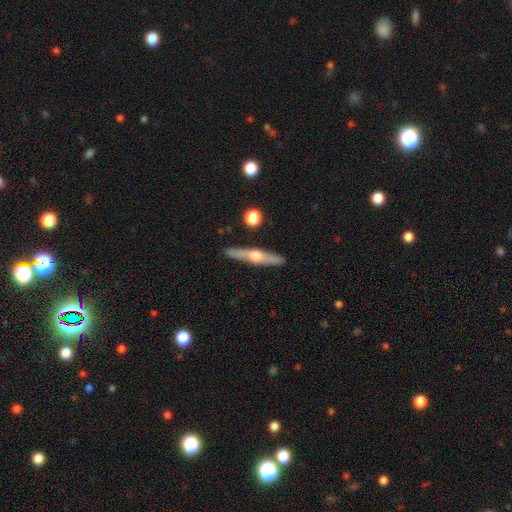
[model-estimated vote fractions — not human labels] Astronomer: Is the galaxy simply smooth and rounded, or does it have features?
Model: featured or disk — 64%.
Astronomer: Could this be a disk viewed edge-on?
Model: yes — 93%.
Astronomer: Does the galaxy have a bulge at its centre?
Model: rounded — 89%.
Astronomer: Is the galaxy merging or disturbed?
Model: none — 89%.